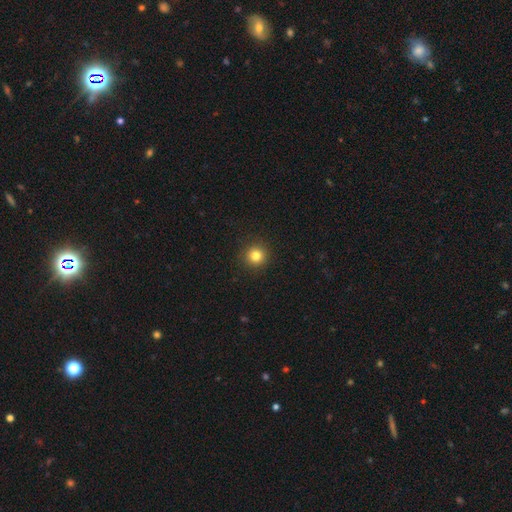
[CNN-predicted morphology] This is clearly a smooth galaxy (82%). How rounded: clearly round (95%). Merging: clearly none (92%).